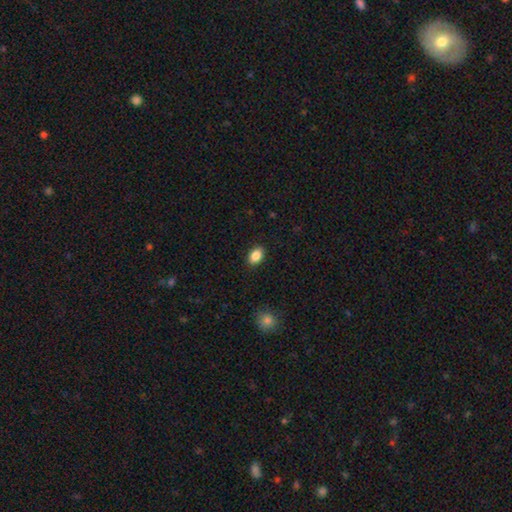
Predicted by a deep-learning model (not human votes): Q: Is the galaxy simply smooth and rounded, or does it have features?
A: smooth — 87%.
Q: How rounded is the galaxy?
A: in between — 84%.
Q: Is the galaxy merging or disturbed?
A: none — 89%.